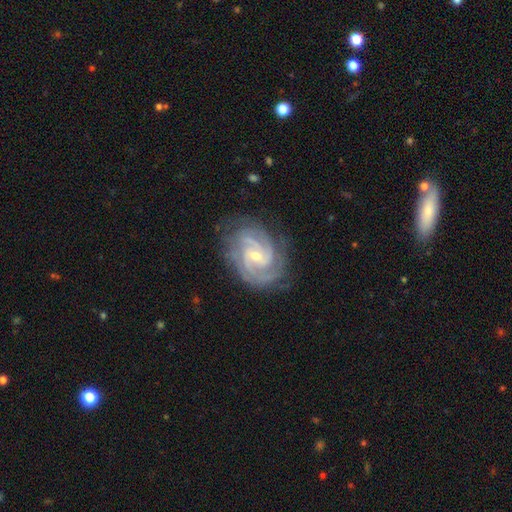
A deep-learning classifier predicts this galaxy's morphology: Smooth or featured: featured or disk — 91% (star or artifact — 5%)
Edge-on disk: no — 98% (yes — 2%)
Bar: weak — 47% (no — 39%)
Spiral arms: yes — 98% (no — 2%)
Spiral winding: tight — 63% (medium — 33%)
Spiral arm count: 2 — 33% (3 — 32%)
Bulge size: small — 64% (moderate — 33%)
Merging: none — 77% (minor disturbance — 16%)